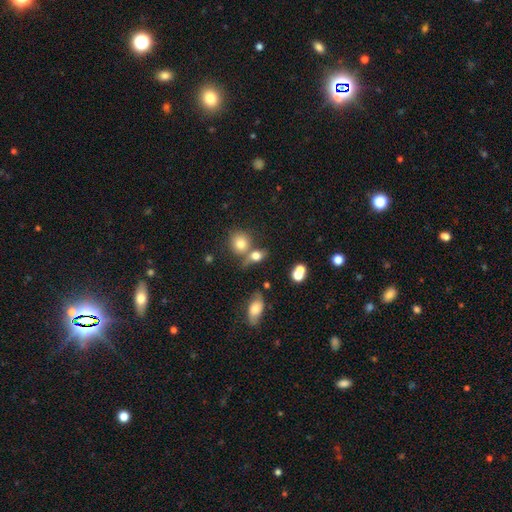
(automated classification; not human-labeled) Smooth or featured: smooth — 73% (featured or disk — 14%)
How rounded: in between — 51% (round — 43%)
Merging: none — 48% (merger — 33%)